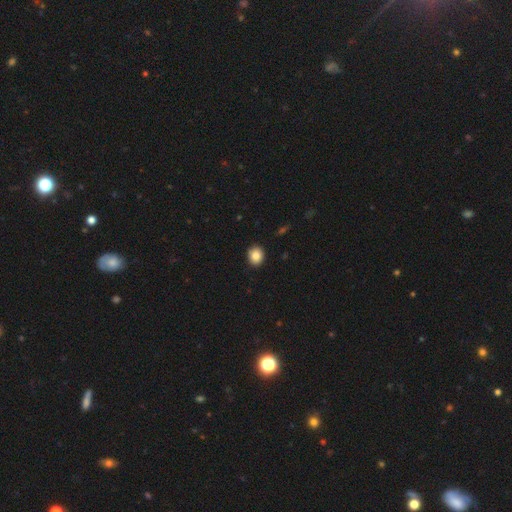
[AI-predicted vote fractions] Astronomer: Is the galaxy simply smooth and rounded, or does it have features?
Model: smooth — 85%.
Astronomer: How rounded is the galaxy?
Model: round — 72%.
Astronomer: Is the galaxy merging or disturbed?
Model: none — 92%.